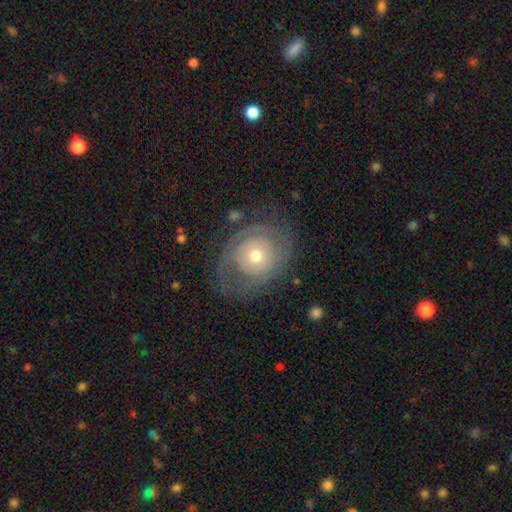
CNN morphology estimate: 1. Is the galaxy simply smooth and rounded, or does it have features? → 63% featured or disk, 29% smooth, 8% star or artifact.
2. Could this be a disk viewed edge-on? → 96% no, 4% yes.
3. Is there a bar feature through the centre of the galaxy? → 85% no, 12% weak, 3% strong.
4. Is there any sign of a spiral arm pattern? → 65% yes, 35% no.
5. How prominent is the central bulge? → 56% moderate, 37% small, 4% large, 1% dominant, 1% none.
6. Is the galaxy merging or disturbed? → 65% none, 19% minor disturbance, 15% major disturbance, 2% merger.